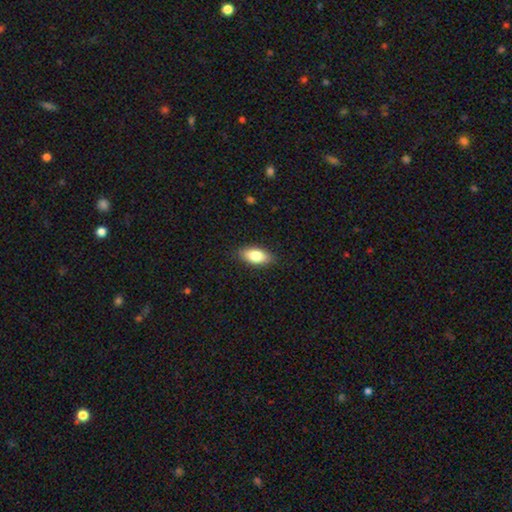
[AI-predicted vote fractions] smooth 81%, featured or disk 12%, star or artifact 7%. Down the decision tree: how rounded — in between (87%); merging — none (87%).